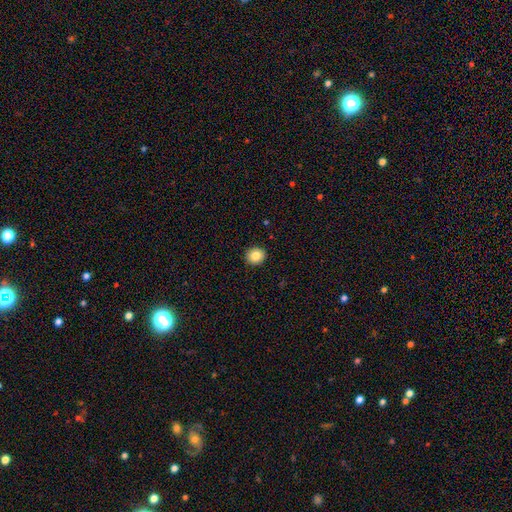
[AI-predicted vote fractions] smooth 84%, star or artifact 9%, featured or disk 6%. Down the decision tree: how rounded — round (83%); merging — none (92%).